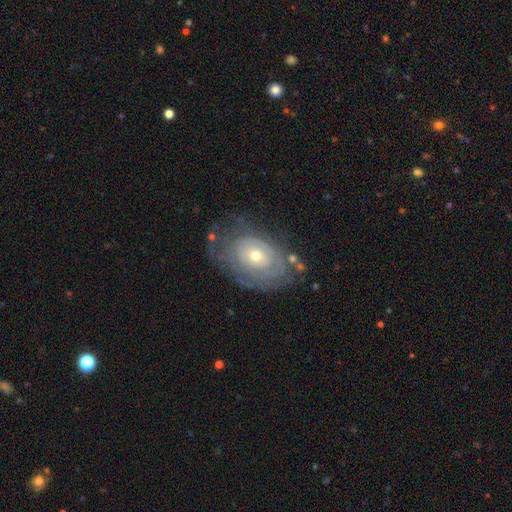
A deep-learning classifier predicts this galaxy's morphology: smooth-or-featured: featured or disk: 68% | smooth: 24% | star or artifact: 8%
  disk-edge-on: no: 94% | yes: 6%
    bar: no: 85% | weak: 13% | strong: 3%
    has-spiral-arms: yes: 63% | no: 37%
    bulge-size: moderate: 49% | small: 46% | large: 3% | dominant: 1% | none: 1%
  merging: none: 63% | minor disturbance: 22% | major disturbance: 12% | merger: 3%